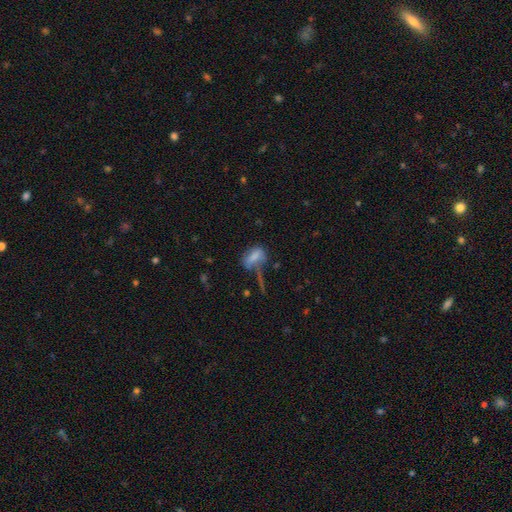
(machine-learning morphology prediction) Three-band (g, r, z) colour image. It shows a smooth galaxy with no disk features (64%) that is in between round and cigar-shaped (81%). Merging: none (36%).